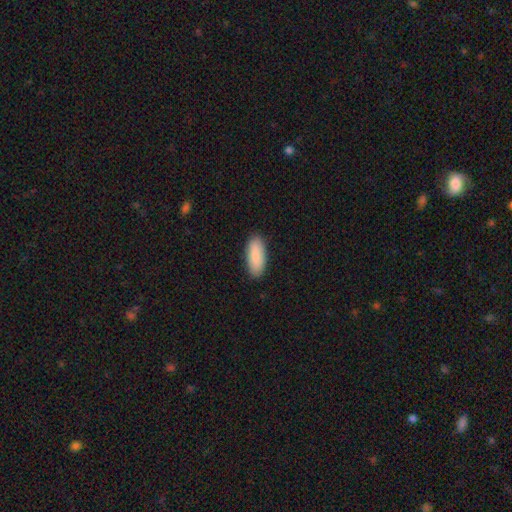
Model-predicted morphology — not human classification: Smooth or featured? smooth (89%)
How rounded? in between (80%)
Merging? none (89%)